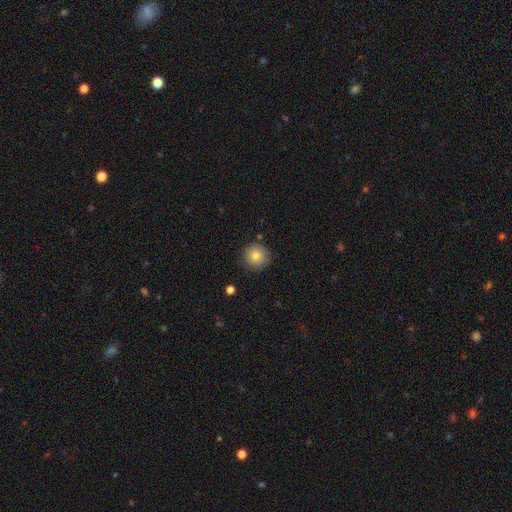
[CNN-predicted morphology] Smooth or featured? Predicted: smooth (p=0.82). How rounded? Predicted: round (p=0.94). Merging? Predicted: none (p=0.84).